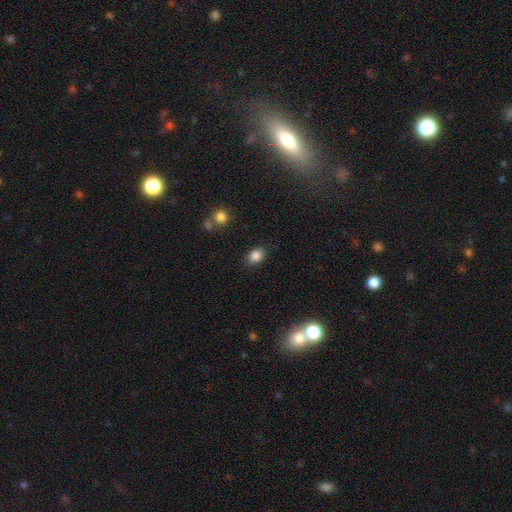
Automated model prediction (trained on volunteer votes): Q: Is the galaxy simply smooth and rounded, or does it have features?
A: smooth — 85%.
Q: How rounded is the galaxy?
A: in between — 68%.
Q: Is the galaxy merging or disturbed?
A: none — 83%.